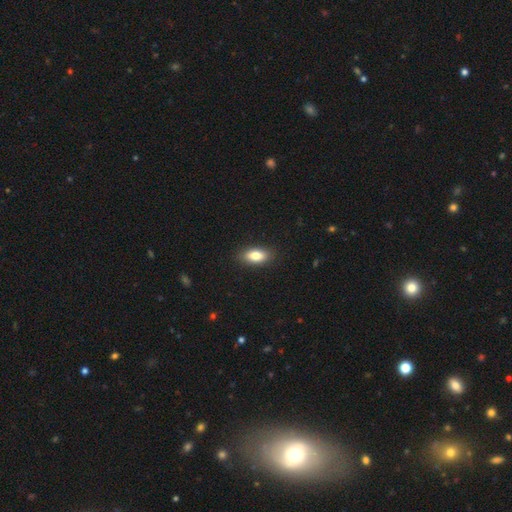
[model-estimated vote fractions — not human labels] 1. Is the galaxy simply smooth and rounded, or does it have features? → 81% smooth, 11% featured or disk, 7% star or artifact.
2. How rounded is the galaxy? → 87% in between, 8% cigar-shaped, 5% round.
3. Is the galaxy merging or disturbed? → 89% none, 8% minor disturbance, 2% major disturbance, 1% merger.